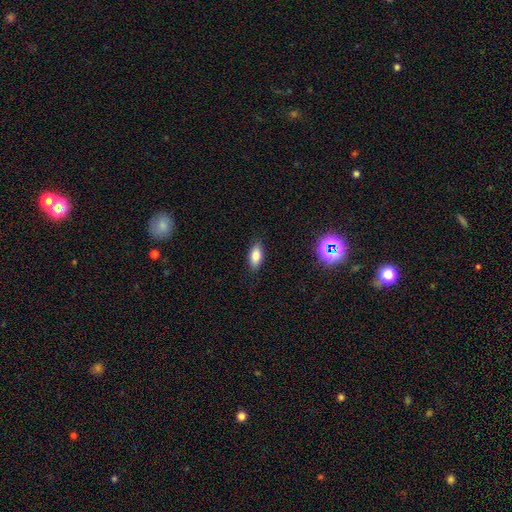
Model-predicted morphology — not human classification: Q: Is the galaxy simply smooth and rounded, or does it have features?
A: smooth — 82%.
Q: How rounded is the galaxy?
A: in between — 87%.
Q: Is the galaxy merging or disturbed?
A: none — 86%.